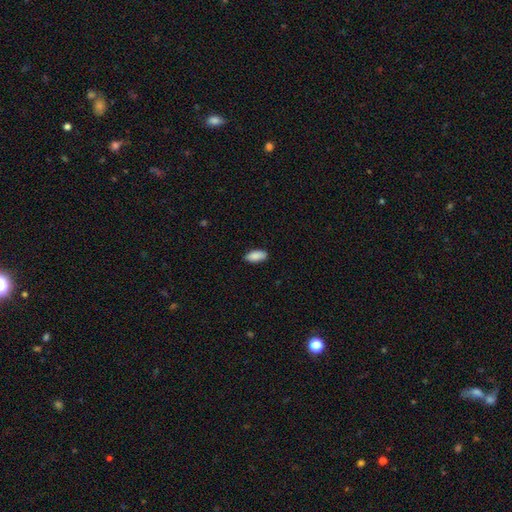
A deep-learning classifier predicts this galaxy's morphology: Smooth or featured? smooth (90%)
How rounded? in between (89%)
Merging? none (87%)